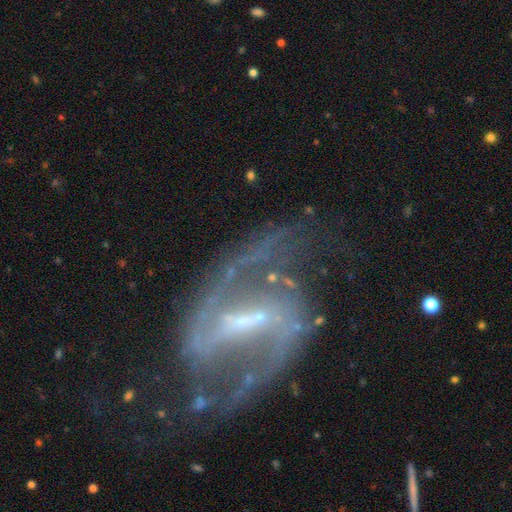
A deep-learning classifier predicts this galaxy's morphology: smooth_or_featured: featured or disk (p=0.91) [alt: star or artifact p=0.06]
disk_edge_on: no (p=0.97) [alt: yes p=0.03]
bar: strong (p=0.47) [alt: weak p=0.42]
has_spiral_arms: yes (p=0.97) [alt: no p=0.03]
spiral_winding: medium (p=0.46) [alt: loose p=0.42]
spiral_arm_count: 2 (p=0.93) [alt: can't tell p=0.02]
bulge_size: small (p=0.70) [alt: moderate p=0.16]
merging: none (p=0.64) [alt: minor disturbance p=0.18]